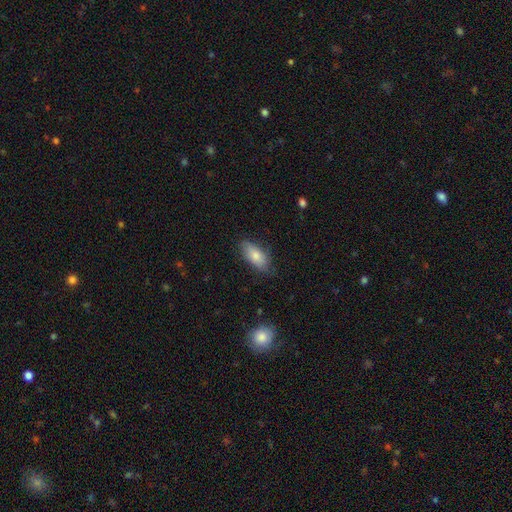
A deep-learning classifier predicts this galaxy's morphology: smooth-or-featured: smooth: 79% | featured or disk: 14% | star or artifact: 7%
  how-rounded: in between: 86% | cigar-shaped: 12% | round: 3%
  merging: none: 75% | minor disturbance: 20% | major disturbance: 4% | merger: 1%